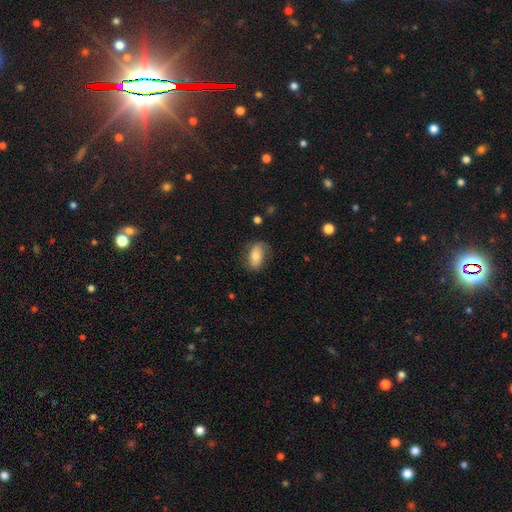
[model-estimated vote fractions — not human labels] Smooth or featured: smooth — 72% (featured or disk — 21%)
How rounded: in between — 89% (round — 7%)
Merging: none — 72% (minor disturbance — 20%)